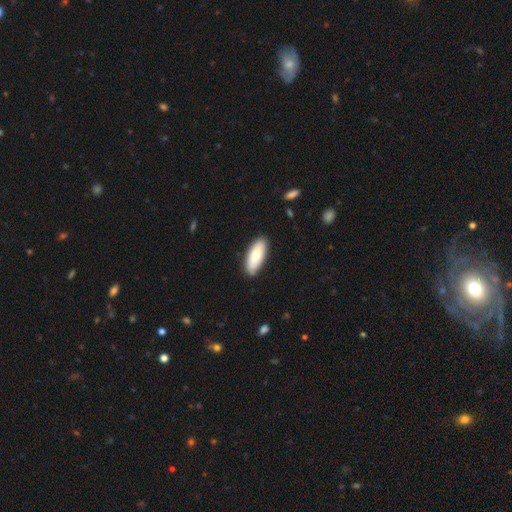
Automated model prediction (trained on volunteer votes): smooth 83%, featured or disk 12%, star or artifact 5%. Down the decision tree: how rounded — in between (79%); merging — none (85%).